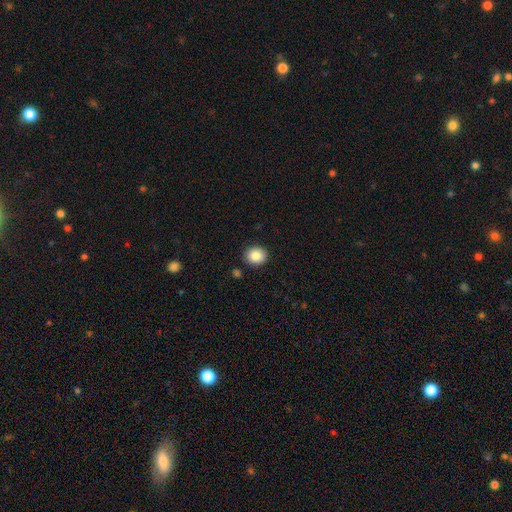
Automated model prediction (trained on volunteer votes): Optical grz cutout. It shows a smooth galaxy with no disk features (87%) that is round (73%). Merging: none (89%).